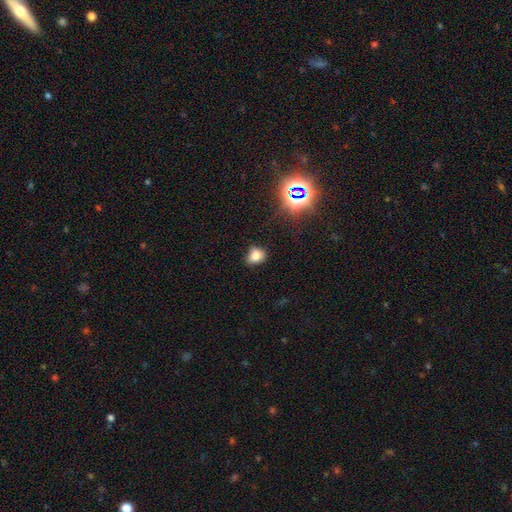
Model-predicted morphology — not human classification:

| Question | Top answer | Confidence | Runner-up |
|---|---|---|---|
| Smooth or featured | smooth | 75% | star or artifact (17%) |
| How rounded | in between | 50% | round (49%) |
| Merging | none | 66% | minor disturbance (25%) |